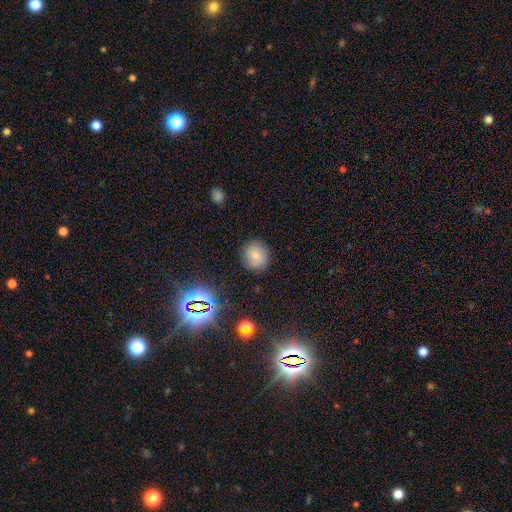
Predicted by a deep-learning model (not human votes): The model was most divided on "smooth or featured": smooth: 72%, star or artifact: 15%, featured or disk: 13%. More confident: merging — none (84%); how rounded — round (81%).